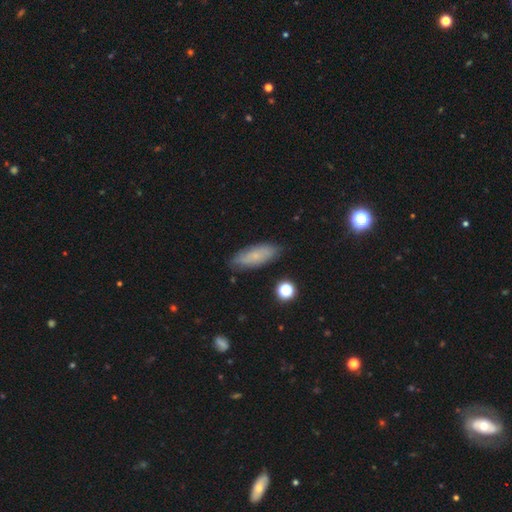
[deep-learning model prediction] smooth-or-featured: smooth: 64% | featured or disk: 27% | star or artifact: 9%
  how-rounded: in between: 70% | cigar-shaped: 27% | round: 3%
  merging: none: 82% | minor disturbance: 14% | major disturbance: 3% | merger: 2%